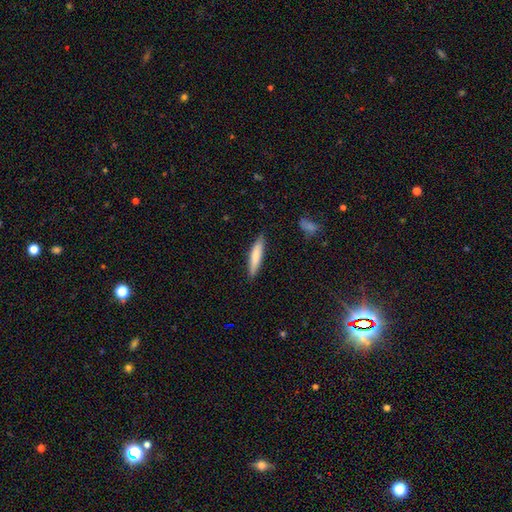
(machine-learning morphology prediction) smooth_or_featured: smooth (p=0.75) [alt: featured or disk p=0.20]
how_rounded: cigar-shaped (p=0.86) [alt: in between p=0.13]
merging: none (p=0.88) [alt: minor disturbance p=0.09]